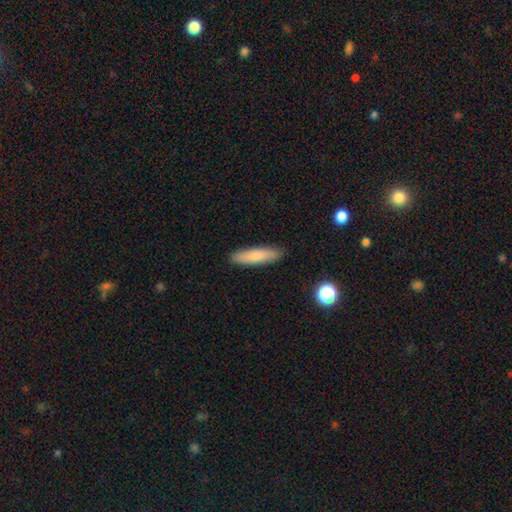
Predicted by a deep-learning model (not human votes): smooth_or_featured: smooth (p=0.80) [alt: featured or disk p=0.14]
how_rounded: cigar-shaped (p=0.77) [alt: in between p=0.21]
merging: none (p=0.89) [alt: minor disturbance p=0.08]